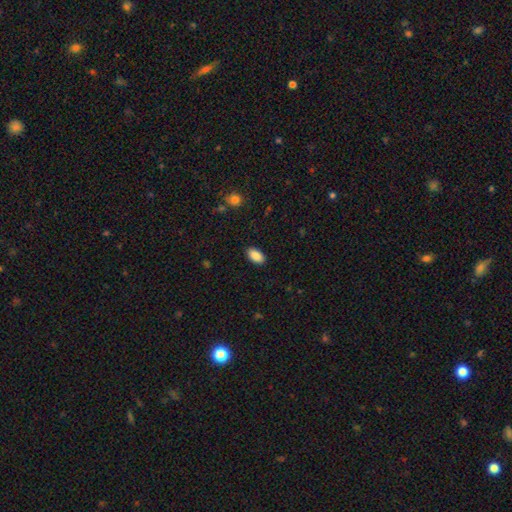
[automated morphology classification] A smooth galaxy with no disk features (90%) that is in between round and cigar-shaped (94%). Merging: none (89%).